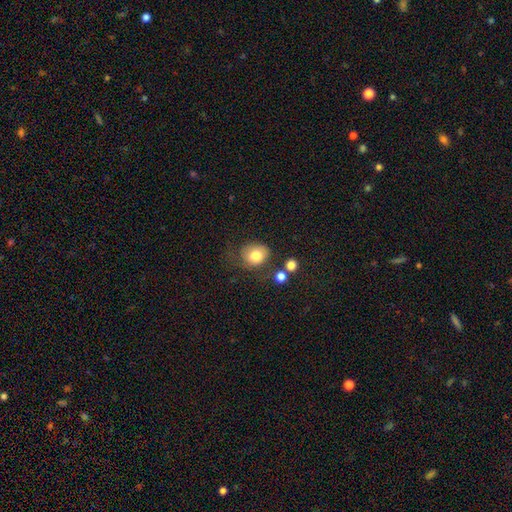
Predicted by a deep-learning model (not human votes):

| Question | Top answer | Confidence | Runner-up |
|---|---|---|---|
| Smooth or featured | smooth | 80% | featured or disk (10%) |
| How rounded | round | 65% | in between (34%) |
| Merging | none | 56% | minor disturbance (25%) |